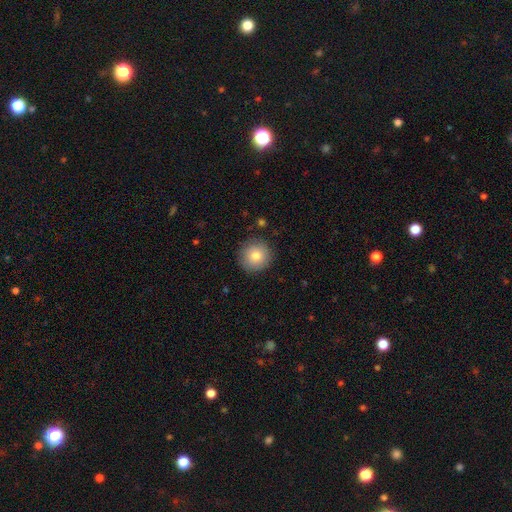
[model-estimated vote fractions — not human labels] A smooth galaxy with no disk features (81%) that is round (95%).

Vote fractions:
- Smooth or featured? smooth: 81% / featured or disk: 10% / star or artifact: 9%
- How rounded? round: 95% / in between: 4% / cigar-shaped: 1%
- Merging? none: 88% / minor disturbance: 8% / major disturbance: 2% / merger: 1%